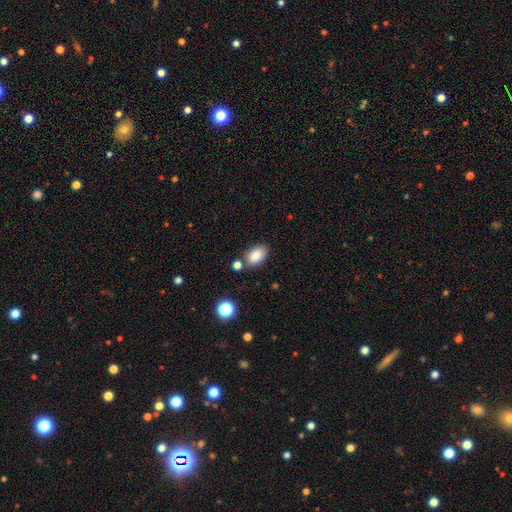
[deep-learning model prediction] The model was most divided on "merging": none: 72%, minor disturbance: 14%, merger: 11%, major disturbance: 3%. More confident: how rounded — in between (90%); smooth or featured — smooth (85%).